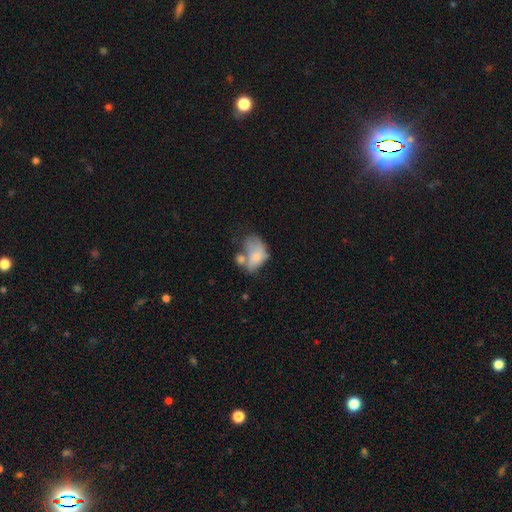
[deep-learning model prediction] smooth-or-featured: smooth: 61% | featured or disk: 31% | star or artifact: 9%
  how-rounded: in between: 83% | round: 15% | cigar-shaped: 1%
  merging: merger: 38% | major disturbance: 26% | minor disturbance: 19% | none: 17%